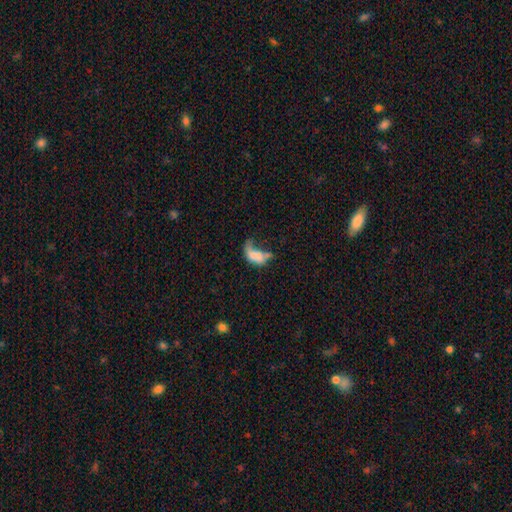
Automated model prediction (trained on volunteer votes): This appears to be a smooth galaxy with no disk features (52%) that is in between round and cigar-shaped (86%). Merging: major disturbance (39%).